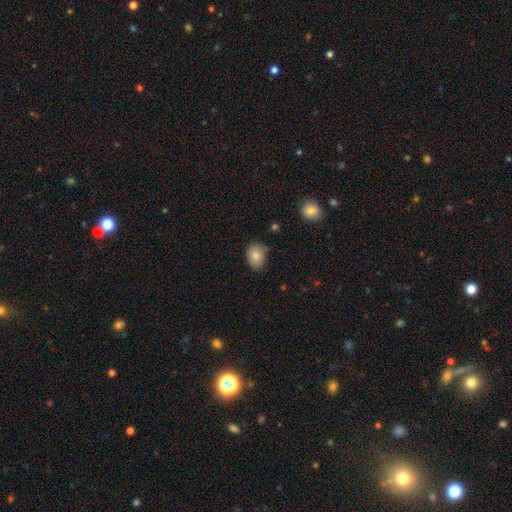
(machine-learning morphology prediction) Q: Smooth or featured?
A: smooth (84%); runner-up: star or artifact (9%)
Q: How rounded?
A: in between (67%); runner-up: round (33%)
Q: Merging?
A: none (70%); runner-up: minor disturbance (23%)